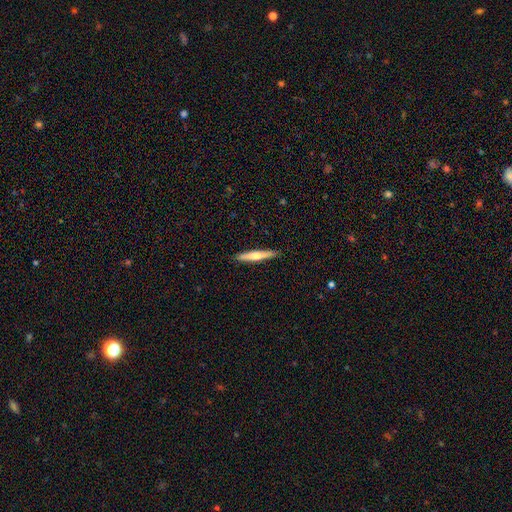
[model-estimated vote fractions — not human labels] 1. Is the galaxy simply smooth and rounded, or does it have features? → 48% smooth, 47% featured or disk, 5% star or artifact.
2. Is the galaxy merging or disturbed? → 91% none, 7% minor disturbance, 1% major disturbance, 1% merger.